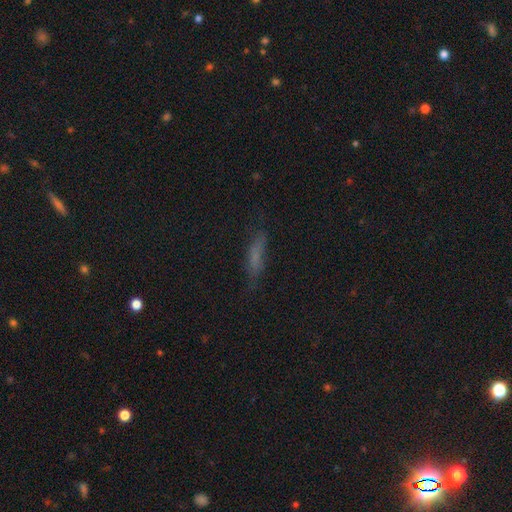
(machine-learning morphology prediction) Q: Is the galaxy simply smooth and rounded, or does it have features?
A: smooth — 60%.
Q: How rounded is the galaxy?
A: cigar-shaped — 72%.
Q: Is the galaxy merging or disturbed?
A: none — 66%.